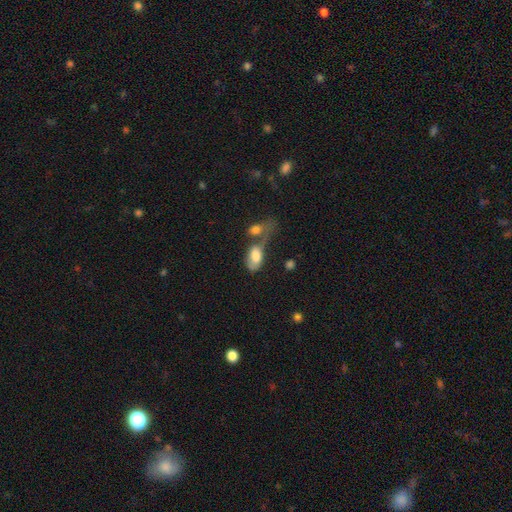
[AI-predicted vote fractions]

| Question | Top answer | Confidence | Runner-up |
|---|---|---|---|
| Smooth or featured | smooth | 73% | featured or disk (20%) |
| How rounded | in between | 91% | round (5%) |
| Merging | merger | 47% | none (21%) |